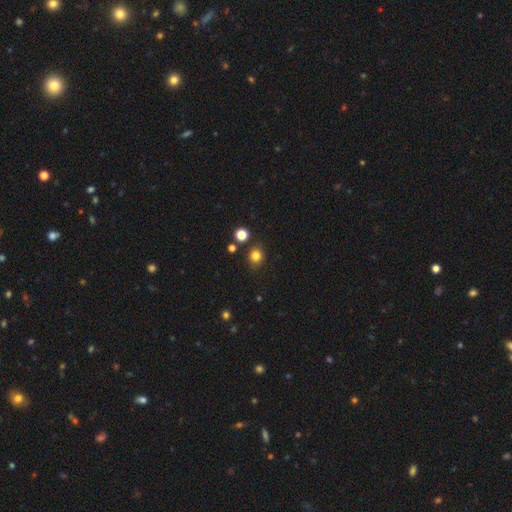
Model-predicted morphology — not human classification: smooth 81%, star or artifact 14%, featured or disk 5%. Down the decision tree: how rounded — round (76%); merging — none (83%).